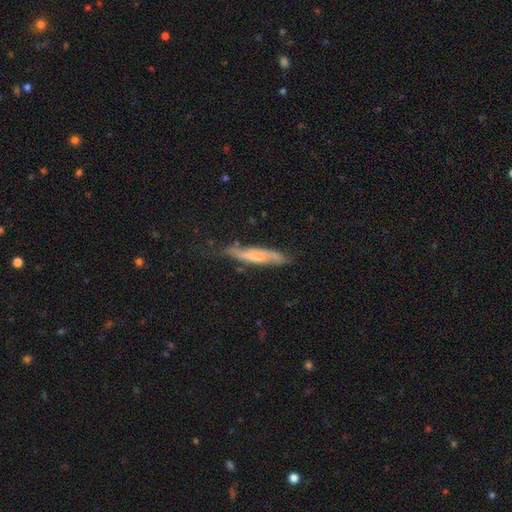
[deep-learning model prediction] This is possibly a featured or disk galaxy (49%). Merging: likely none (65%).